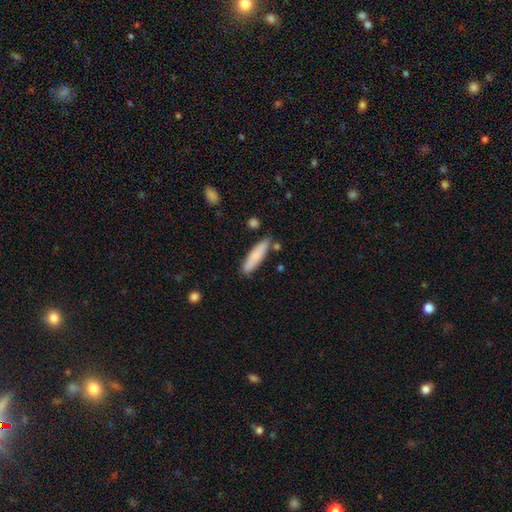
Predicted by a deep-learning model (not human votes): Smooth or featured: smooth — 80% (featured or disk — 14%)
How rounded: cigar-shaped — 77% (in between — 22%)
Merging: none — 80% (minor disturbance — 13%)